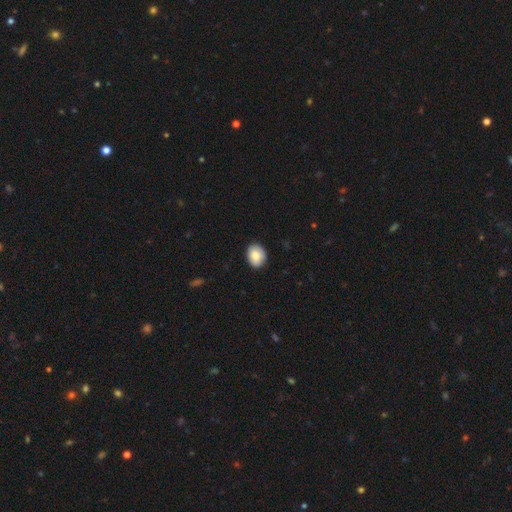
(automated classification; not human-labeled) Overall: smooth (86%). How rounded: in between (63%; round 36%). Merging: none (87%).